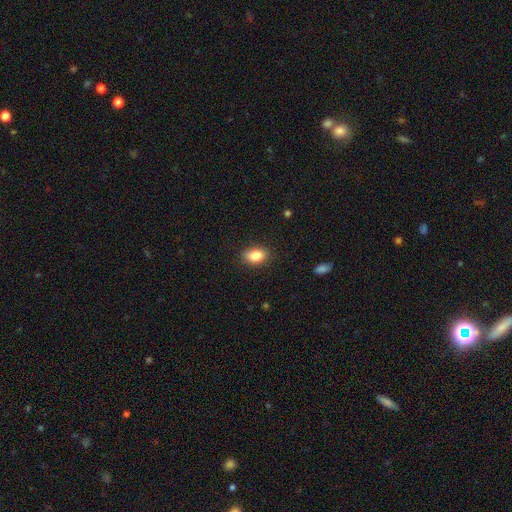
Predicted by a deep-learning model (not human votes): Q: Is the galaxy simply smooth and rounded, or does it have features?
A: smooth — 84%.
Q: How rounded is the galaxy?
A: in between — 79%.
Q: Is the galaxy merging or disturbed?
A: none — 84%.